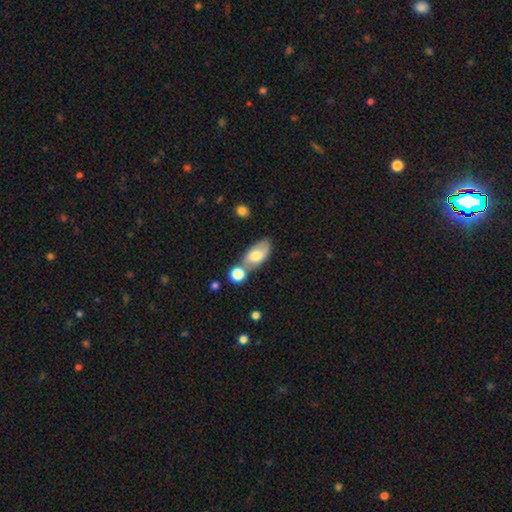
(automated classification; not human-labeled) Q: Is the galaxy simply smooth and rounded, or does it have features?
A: smooth — 66%.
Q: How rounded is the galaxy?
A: in between — 89%.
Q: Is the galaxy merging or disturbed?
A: none — 49%.